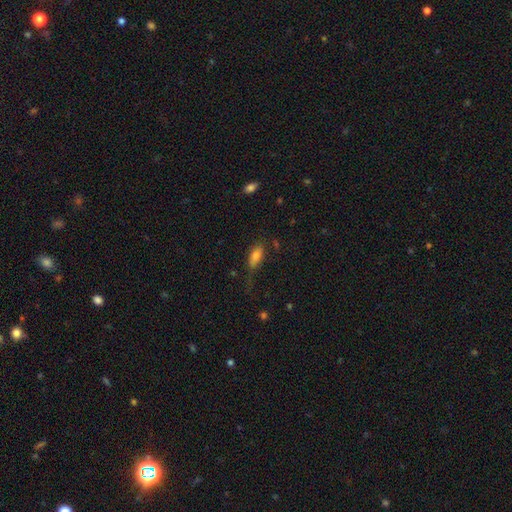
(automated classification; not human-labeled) Overall: smooth (78%). How rounded: in between (82%). Merging: none (54%; minor disturbance 27%).